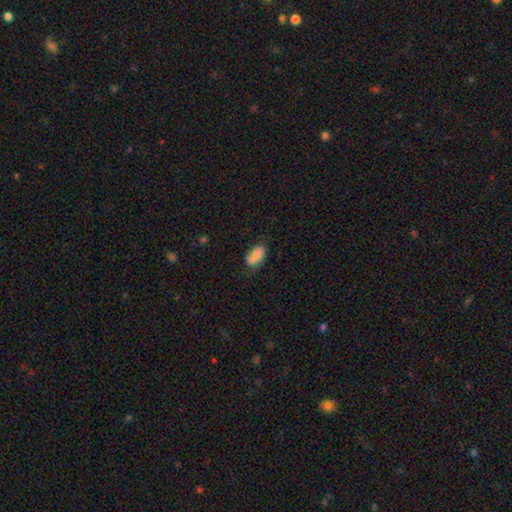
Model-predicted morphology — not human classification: A smooth galaxy with no disk features (81%) that is in between round and cigar-shaped (92%). Merging: none (69%).